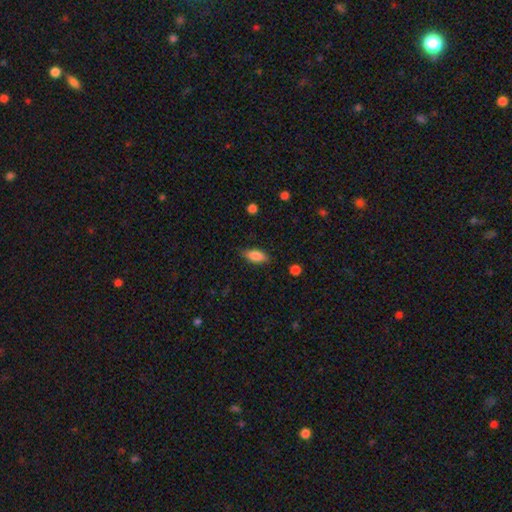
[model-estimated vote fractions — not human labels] Smooth or featured: smooth — 82% (featured or disk — 11%)
How rounded: in between — 80% (cigar-shaped — 17%)
Merging: none — 81% (minor disturbance — 14%)